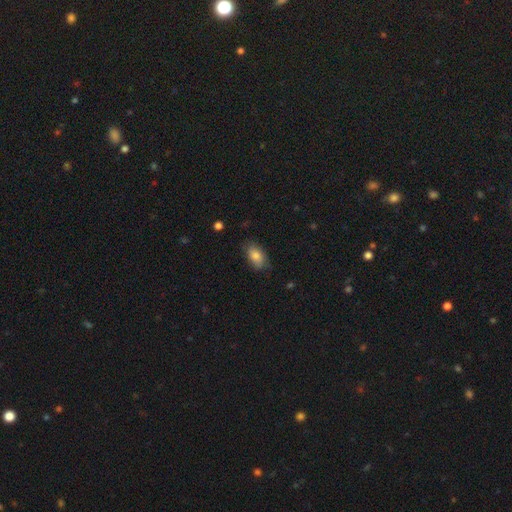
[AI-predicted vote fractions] Q: Smooth or featured?
A: smooth (81%); runner-up: featured or disk (11%)
Q: How rounded?
A: in between (90%); runner-up: round (6%)
Q: Merging?
A: none (75%); runner-up: minor disturbance (20%)